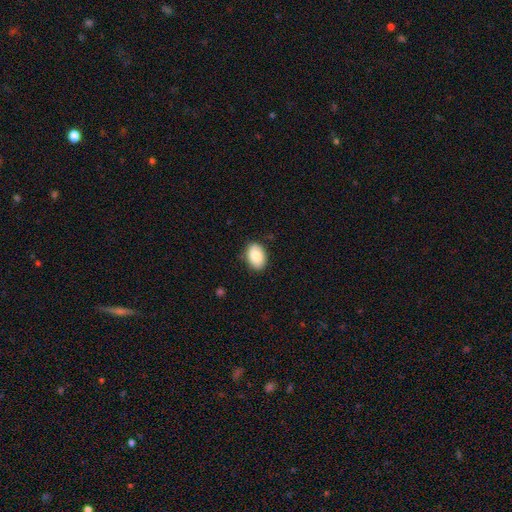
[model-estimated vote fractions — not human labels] Smooth or featured: smooth — 85% (featured or disk — 8%)
How rounded: in between — 85% (round — 14%)
Merging: none — 84% (minor disturbance — 12%)